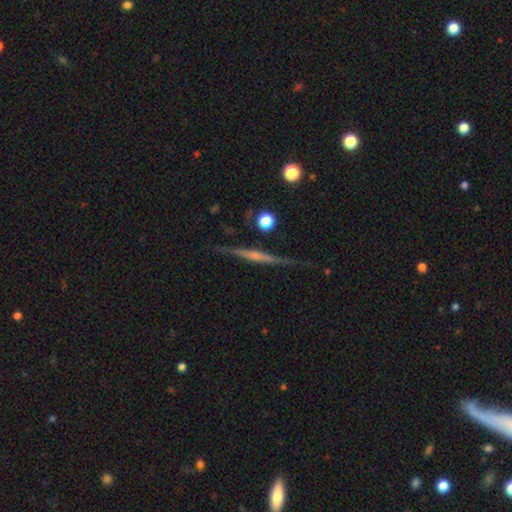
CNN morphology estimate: Smooth or featured?
  - featured or disk: 72% *
  - smooth: 20%
  - star or artifact: 8%
Edge-on disk?
  - yes: 97% *
  - no: 3%
Edge-on bulge?
  - rounded: 43% *
  - none: 37%
  - boxy: 20%
Merging?
  - none: 85% *
  - minor disturbance: 10%
  - major disturbance: 3%
  - merger: 2%